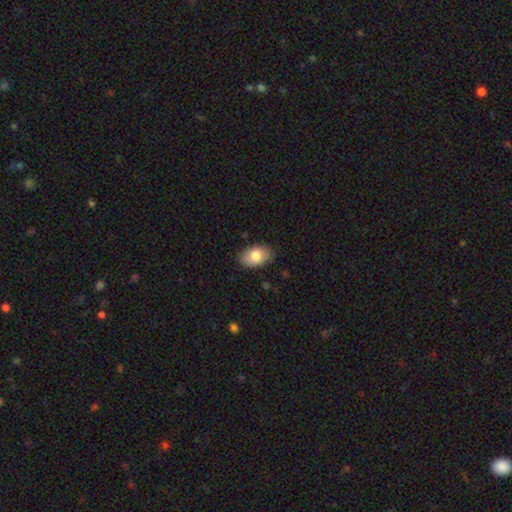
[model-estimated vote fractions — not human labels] Q: Smooth or featured?
A: smooth (80%); runner-up: featured or disk (13%)
Q: How rounded?
A: in between (90%); runner-up: round (9%)
Q: Merging?
A: none (85%); runner-up: minor disturbance (12%)